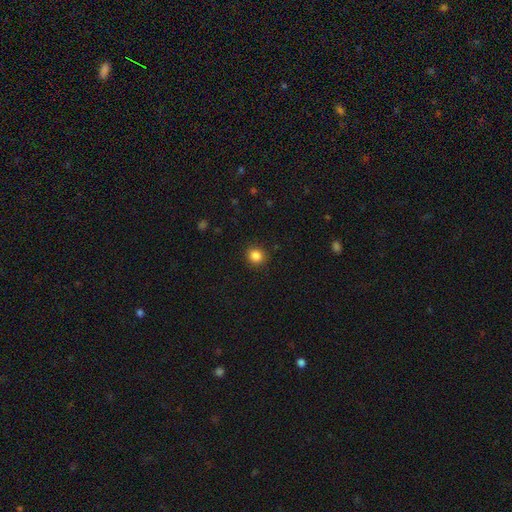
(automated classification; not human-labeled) Smooth or featured?
  - smooth: 85% *
  - star or artifact: 11%
  - featured or disk: 4%
How rounded?
  - round: 85% *
  - in between: 14%
  - cigar-shaped: 1%
Merging?
  - none: 90% *
  - minor disturbance: 6%
  - major disturbance: 2%
  - merger: 1%